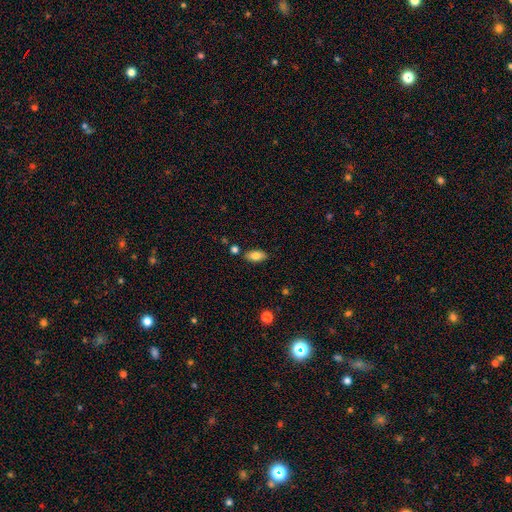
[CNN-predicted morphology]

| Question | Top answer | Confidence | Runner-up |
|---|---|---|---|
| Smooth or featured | smooth | 81% | featured or disk (11%) |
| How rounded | in between | 91% | cigar-shaped (6%) |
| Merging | none | 83% | minor disturbance (10%) |